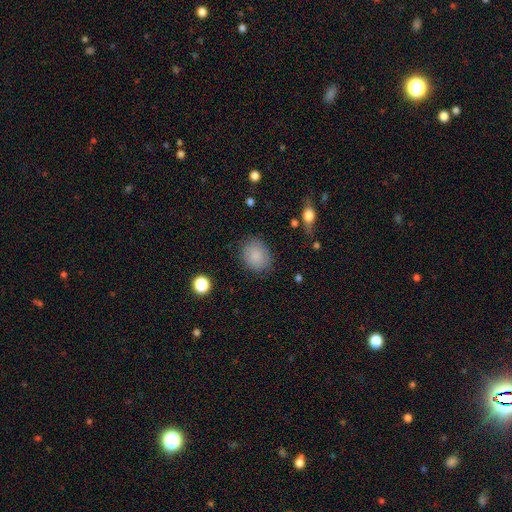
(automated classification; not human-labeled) Smooth or featured?
  - smooth: 86% *
  - star or artifact: 8%
  - featured or disk: 6%
How rounded?
  - round: 54% *
  - in between: 44%
  - cigar-shaped: 1%
Merging?
  - none: 82% *
  - minor disturbance: 13%
  - major disturbance: 4%
  - merger: 1%